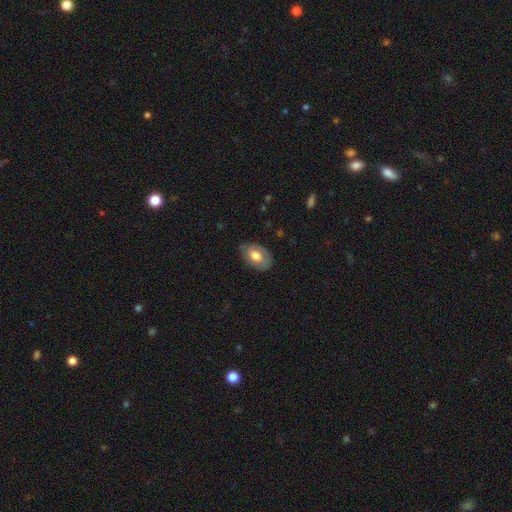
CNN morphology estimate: Smooth or featured?
  - smooth: 58% *
  - featured or disk: 36%
  - star or artifact: 6%
How rounded?
  - in between: 89% *
  - round: 10%
  - cigar-shaped: 1%
Merging?
  - none: 76% *
  - minor disturbance: 19%
  - major disturbance: 4%
  - merger: 1%